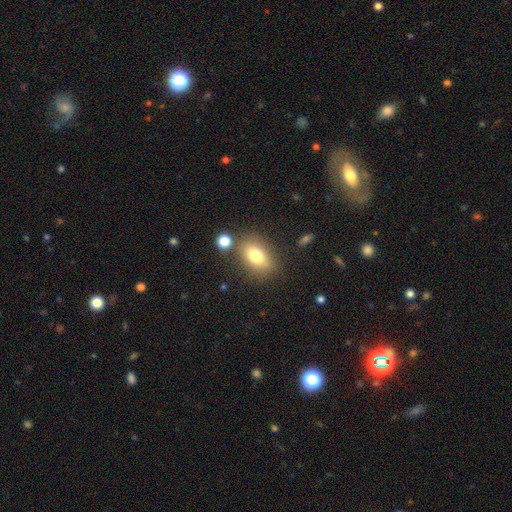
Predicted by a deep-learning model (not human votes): Smooth or featured: smooth — 75% (featured or disk — 15%)
How rounded: in between — 80% (round — 17%)
Merging: none — 73% (minor disturbance — 13%)